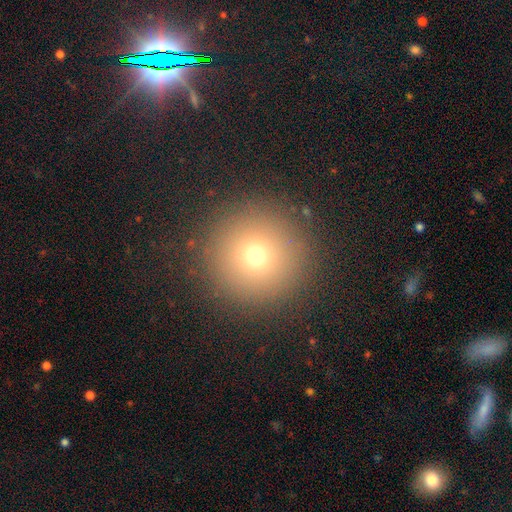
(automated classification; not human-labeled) smooth 70%, star or artifact 19%, featured or disk 11%. Down the decision tree: how rounded — round (96%); merging — none (90%).